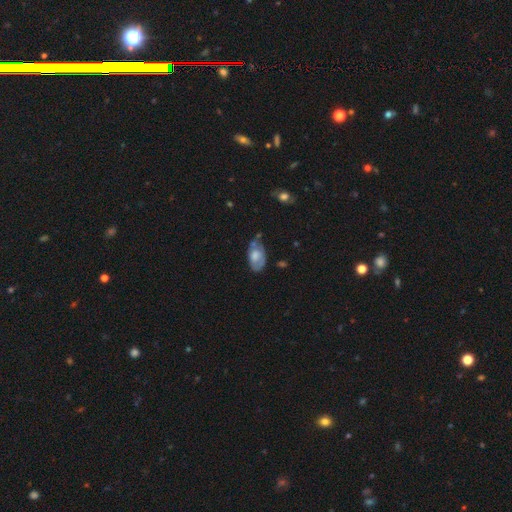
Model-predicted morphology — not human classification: Overall: smooth (54%; featured or disk 39%). How rounded: in between (91%). Merging: none (39%; minor disturbance 37%).